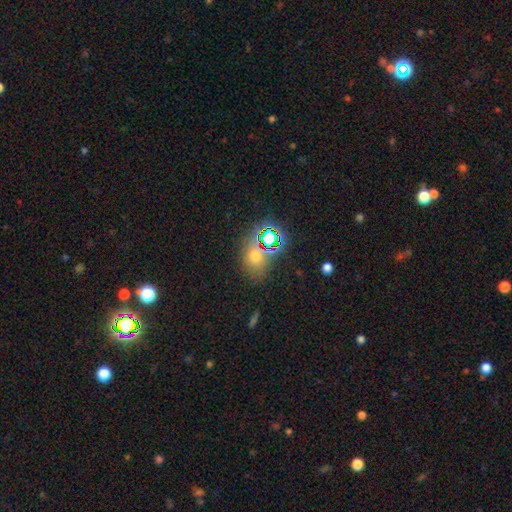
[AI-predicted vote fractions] smooth-or-featured: smooth: 57% | star or artifact: 32% | featured or disk: 12%
  how-rounded: round: 50% | in between: 48% | cigar-shaped: 1%
  merging: none: 68% | merger: 14% | minor disturbance: 13% | major disturbance: 6%